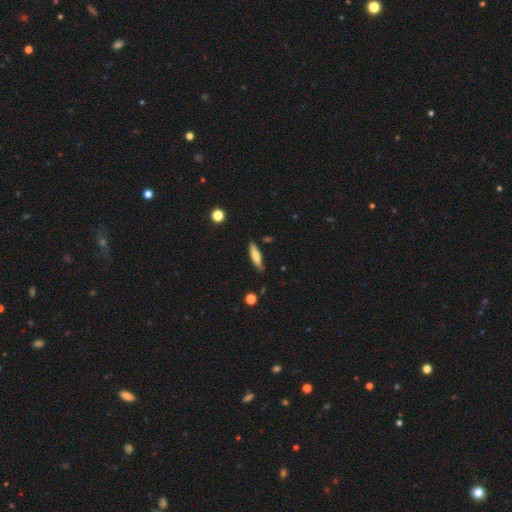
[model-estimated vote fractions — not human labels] A smooth galaxy with no disk features (69%) that is cigar-shaped (76%). Merging: none (82%).